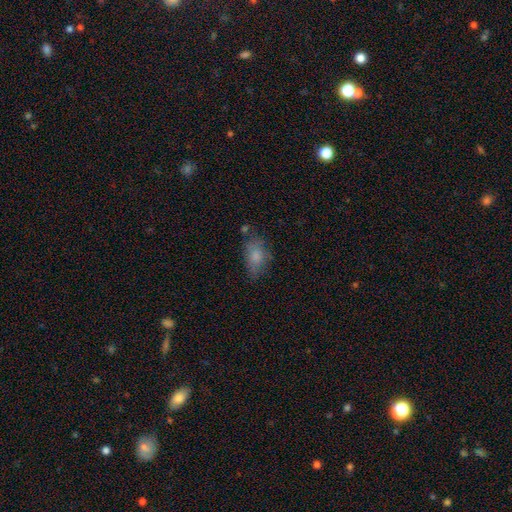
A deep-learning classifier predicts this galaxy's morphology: Q: Smooth or featured?
A: smooth (78%); runner-up: featured or disk (13%)
Q: How rounded?
A: in between (87%); runner-up: round (11%)
Q: Merging?
A: none (59%); runner-up: minor disturbance (25%)